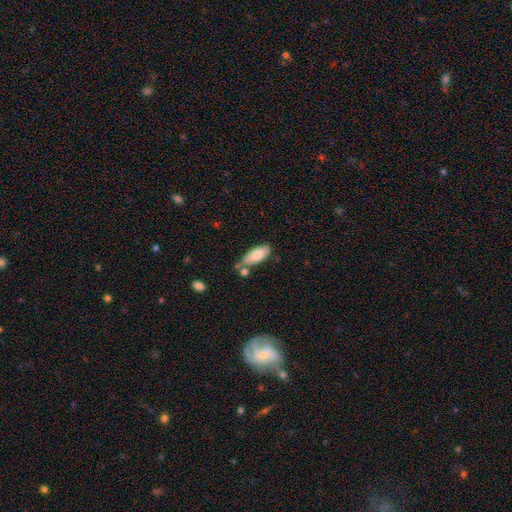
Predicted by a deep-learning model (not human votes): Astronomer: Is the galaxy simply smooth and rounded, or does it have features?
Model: smooth — 79%.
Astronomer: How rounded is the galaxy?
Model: in between — 82%.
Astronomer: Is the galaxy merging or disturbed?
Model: none — 53%.